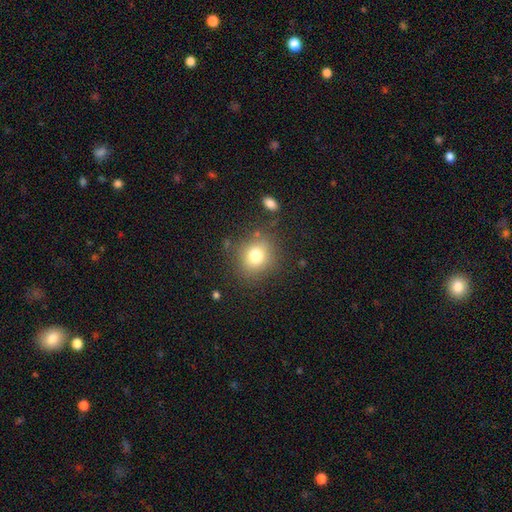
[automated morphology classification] Smooth or featured?
  - smooth: 77% *
  - star or artifact: 12%
  - featured or disk: 11%
How rounded?
  - round: 76% *
  - in between: 23%
  - cigar-shaped: 1%
Merging?
  - none: 81% *
  - minor disturbance: 11%
  - major disturbance: 5%
  - merger: 3%